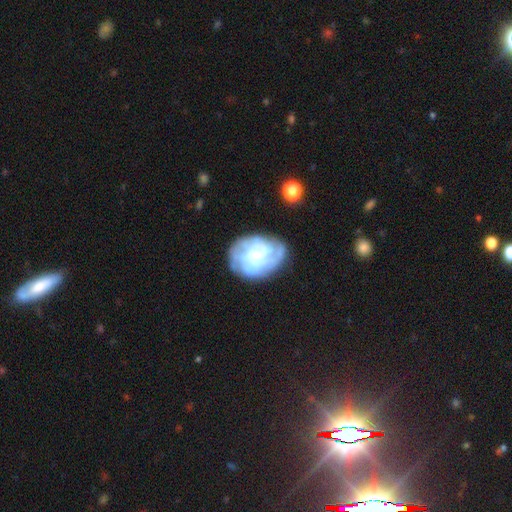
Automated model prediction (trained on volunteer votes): A featured or disk galaxy (75%) with no bar (67%), tight (64%) spiral arms (86%) and a small central bulge (62%).

Vote fractions:
- Smooth or featured? featured or disk: 75% / smooth: 17% / star or artifact: 7%
- Edge-on disk? no: 97% / yes: 3%
- Bar? no: 67% / weak: 27% / strong: 6%
- Spiral arms? yes: 86% / no: 14%
- Spiral winding? tight: 64% / medium: 27% / loose: 9%
- Spiral arm count? can't tell: 48% / 3: 15% / 2: 13% / 4: 13% / more than 4: 6% / 1: 5%
- Bulge size? small: 62% / moderate: 20% / none: 14% / large: 3% / dominant: 1%
- Merging? none: 67% / minor disturbance: 21% / major disturbance: 9% / merger: 3%